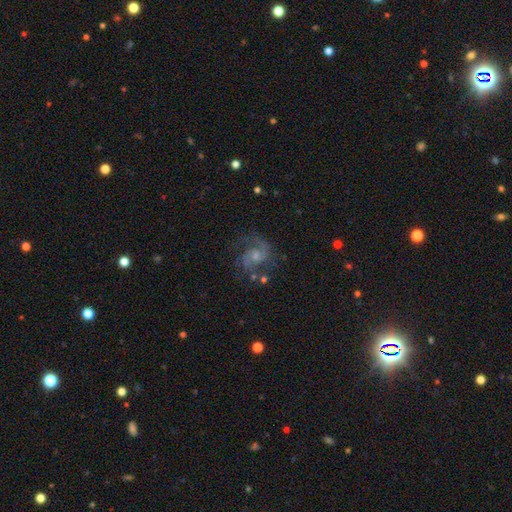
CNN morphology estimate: Smooth or featured?
  - featured or disk: 84% *
  - smooth: 8%
  - star or artifact: 8%
Edge-on disk?
  - no: 98% *
  - yes: 2%
Bar?
  - no: 58% *
  - weak: 36%
  - strong: 6%
Spiral arms?
  - yes: 96% *
  - no: 4%
Spiral winding?
  - medium: 56% *
  - loose: 23%
  - tight: 21%
Spiral arm count?
  - 2: 81% *
  - can't tell: 6%
  - 3: 6%
  - 1: 4%
  - 4: 2%
  - more than 4: 2%
Bulge size?
  - small: 46% *
  - moderate: 37%
  - none: 11%
  - large: 4%
  - dominant: 1%
Merging?
  - none: 67% *
  - minor disturbance: 17%
  - major disturbance: 12%
  - merger: 4%